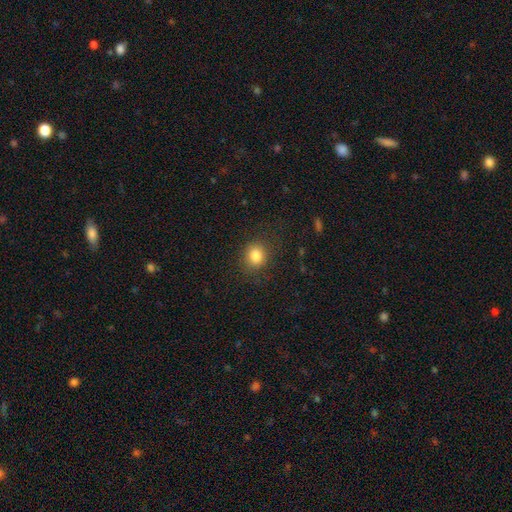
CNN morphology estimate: This is clearly a smooth galaxy (83%). How rounded: likely round (72%). Merging: clearly none (83%).